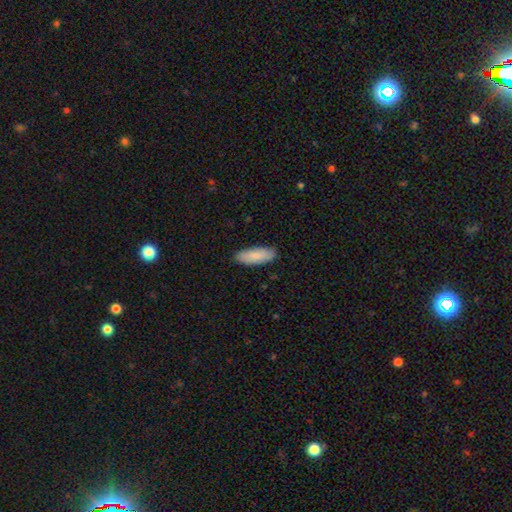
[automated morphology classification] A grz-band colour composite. It shows a smooth galaxy with no disk features (86%) that is in between round and cigar-shaped (68%). Merging: none (88%).